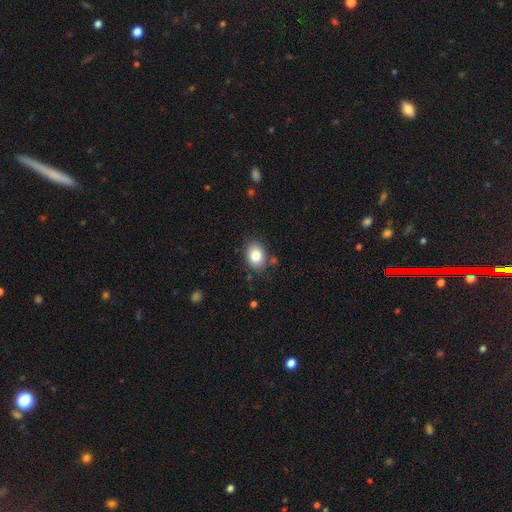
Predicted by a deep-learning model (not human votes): smooth-or-featured: smooth: 83% | star or artifact: 9% | featured or disk: 9%
  how-rounded: in between: 71% | round: 28% | cigar-shaped: 1%
  merging: none: 82% | minor disturbance: 13% | major disturbance: 3% | merger: 3%